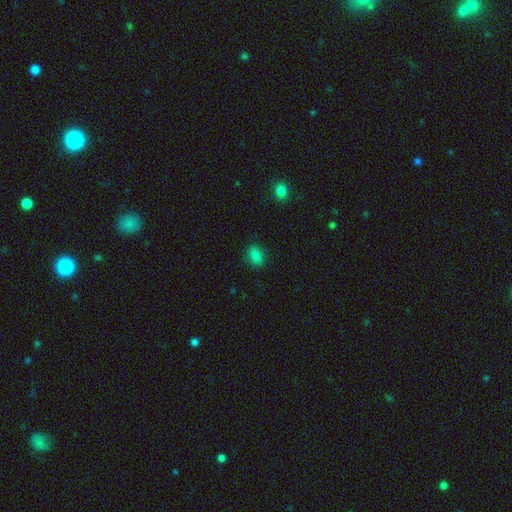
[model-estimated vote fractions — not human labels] Smooth or featured? Predicted: smooth (p=0.83). How rounded? Predicted: in between (p=0.68). Merging? Predicted: none (p=0.85).